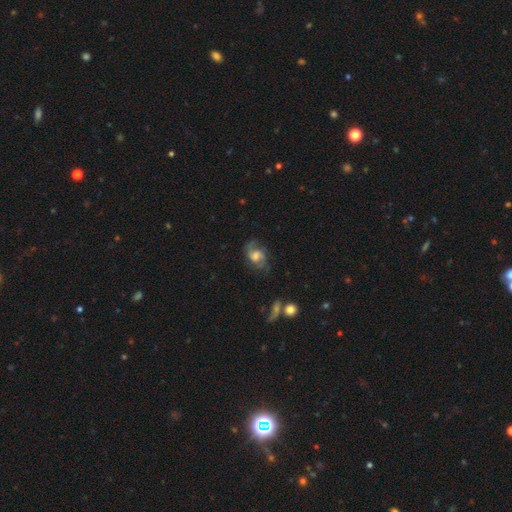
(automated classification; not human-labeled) Q: Smooth or featured?
A: featured or disk (72%); runner-up: smooth (20%)
Q: Edge-on disk?
A: no (97%); runner-up: yes (3%)
Q: Bar?
A: no (49%); runner-up: weak (43%)
Q: Spiral arms?
A: yes (91%); runner-up: no (9%)
Q: Spiral winding?
A: medium (48%); runner-up: loose (34%)
Q: Spiral arm count?
A: 2 (74%); runner-up: can't tell (11%)
Q: Bulge size?
A: moderate (47%); runner-up: large (23%)
Q: Merging?
A: none (64%); runner-up: minor disturbance (20%)